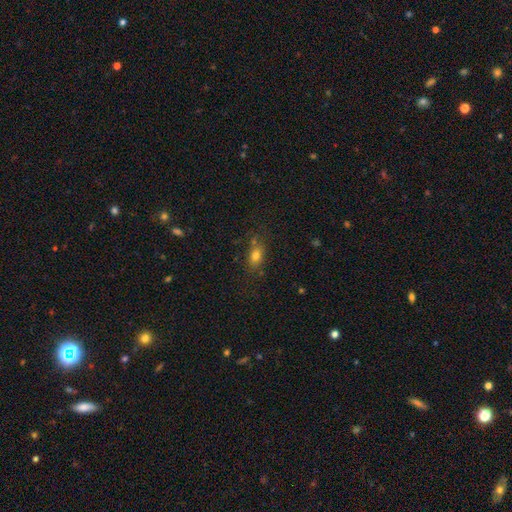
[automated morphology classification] This is likely a smooth galaxy (77%). How rounded: likely in between (74%). Merging: likely none (69%).